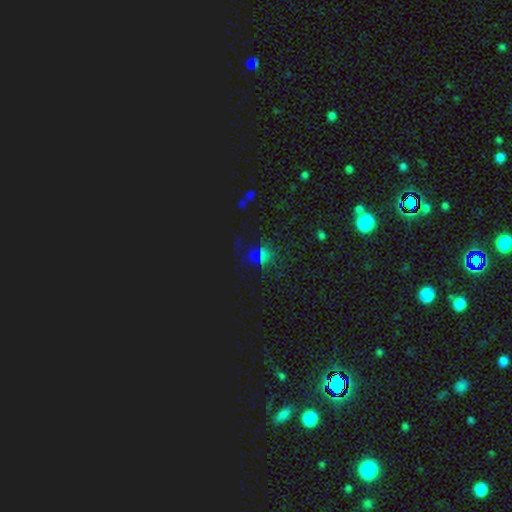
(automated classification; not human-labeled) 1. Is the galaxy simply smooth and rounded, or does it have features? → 66% star or artifact, 27% smooth, 7% featured or disk.